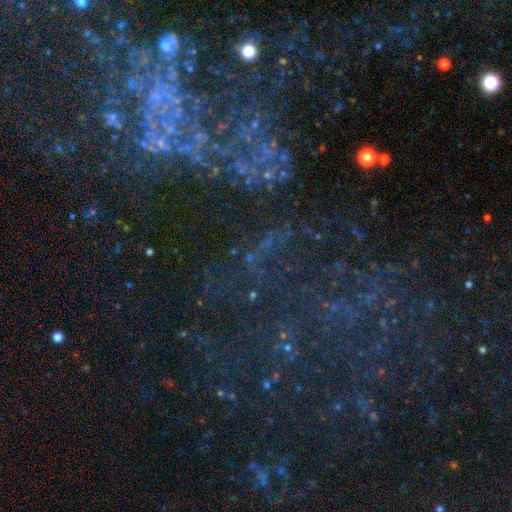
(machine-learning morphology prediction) Q: Smooth or featured?
A: star or artifact (67%); runner-up: featured or disk (21%)